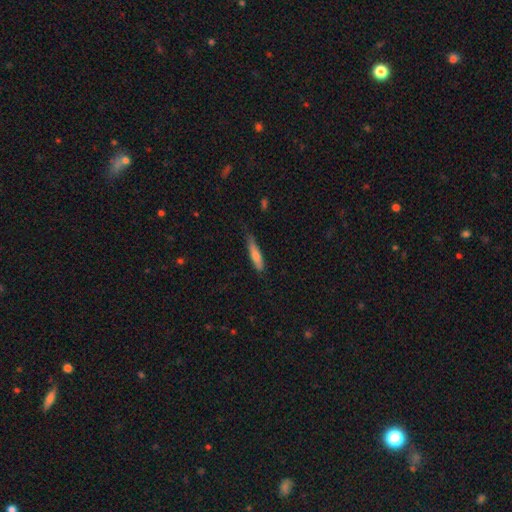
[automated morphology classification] type=smooth (67%); roundness=cigar-shaped (88%); merging=none (69%).